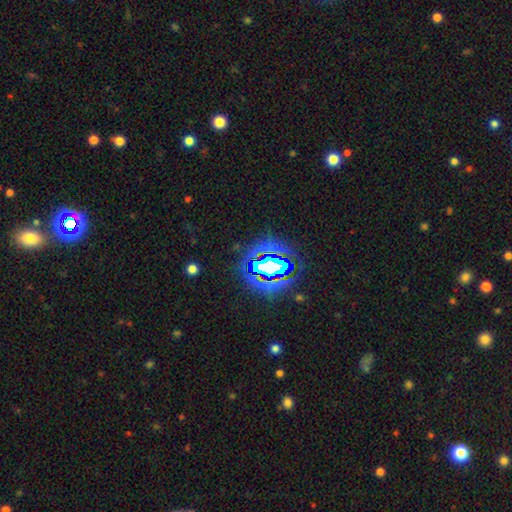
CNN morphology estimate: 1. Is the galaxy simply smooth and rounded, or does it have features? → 83% star or artifact, 11% smooth, 7% featured or disk.